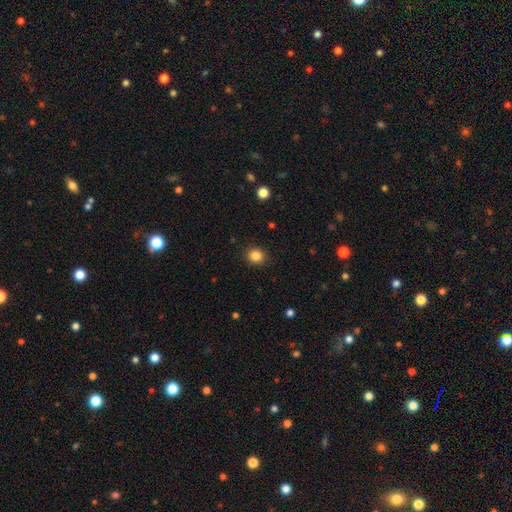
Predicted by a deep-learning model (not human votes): This is clearly a smooth galaxy (85%). How rounded: clearly round (86%). Merging: clearly none (91%).